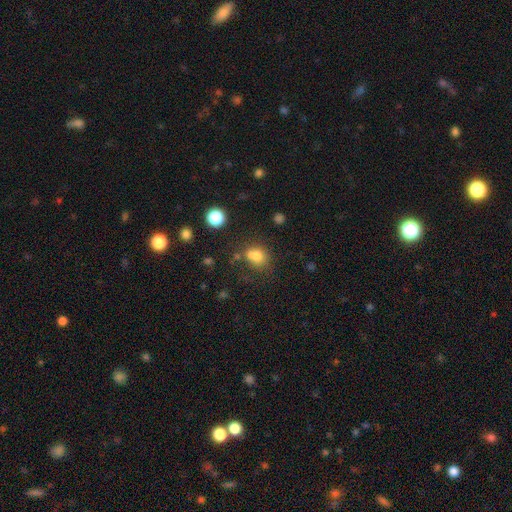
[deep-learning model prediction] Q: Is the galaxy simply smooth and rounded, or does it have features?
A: smooth — 75%.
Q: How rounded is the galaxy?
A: round — 59%.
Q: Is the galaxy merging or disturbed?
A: none — 50%.